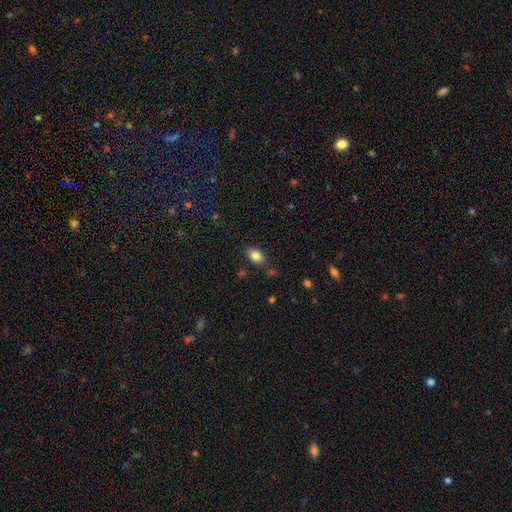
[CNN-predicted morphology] smooth-or-featured: smooth: 83% | star or artifact: 9% | featured or disk: 8%
  how-rounded: in between: 84% | round: 15% | cigar-shaped: 2%
  merging: none: 82% | minor disturbance: 12% | merger: 3% | major disturbance: 3%